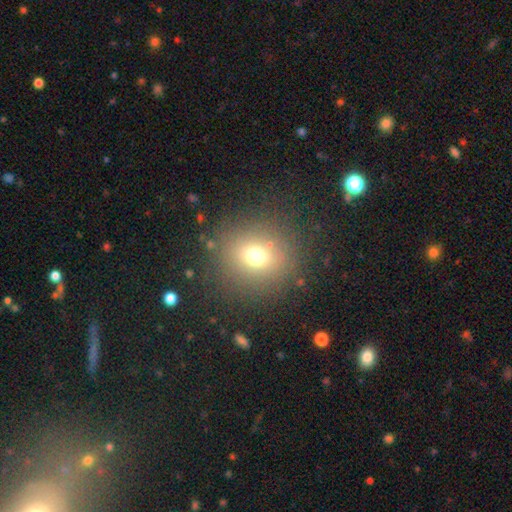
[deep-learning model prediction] The model was most divided on "smooth or featured": smooth: 68%, star or artifact: 19%, featured or disk: 13%. More confident: merging — none (83%); how rounded — round (83%).